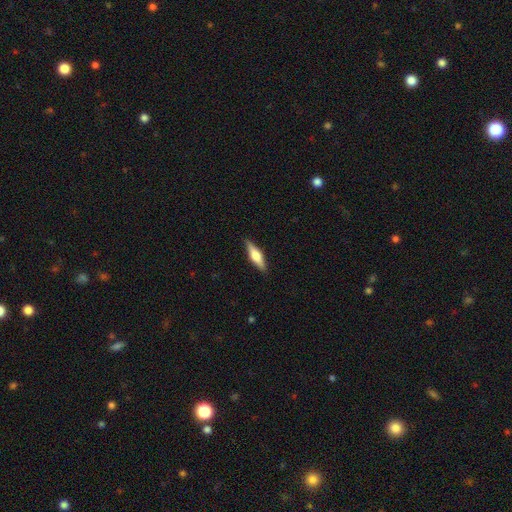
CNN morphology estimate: Overall: smooth (49%; featured or disk 45%). Merging: none (88%).